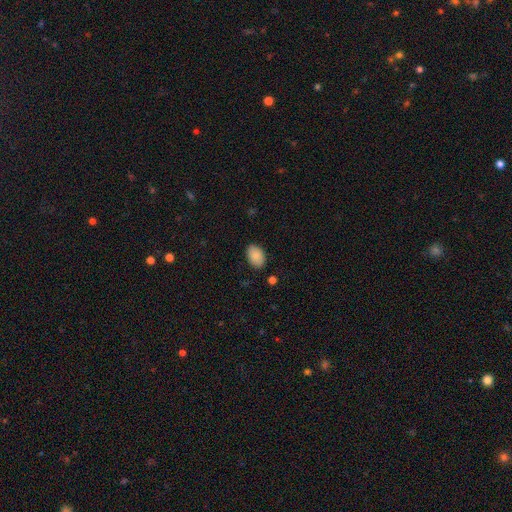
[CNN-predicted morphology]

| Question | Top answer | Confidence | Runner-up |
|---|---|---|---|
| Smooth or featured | smooth | 87% | star or artifact (7%) |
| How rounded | in between | 88% | round (11%) |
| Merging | none | 86% | minor disturbance (10%) |